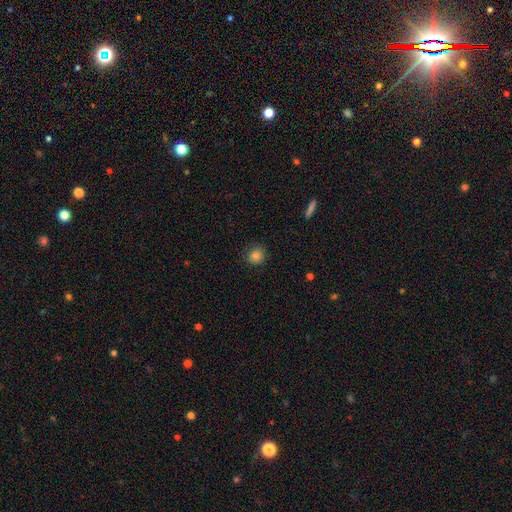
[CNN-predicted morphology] Smooth or featured? Predicted: smooth (p=0.84). How rounded? Predicted: round (p=0.88). Merging? Predicted: none (p=0.83).